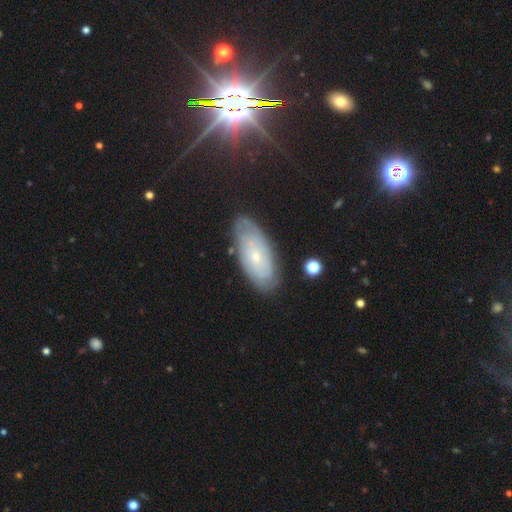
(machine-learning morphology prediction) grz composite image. It shows a featured or disk galaxy (62%) with no bar (81%), spiral arms (77%) and a small central bulge (77%). Merging: none (79%).